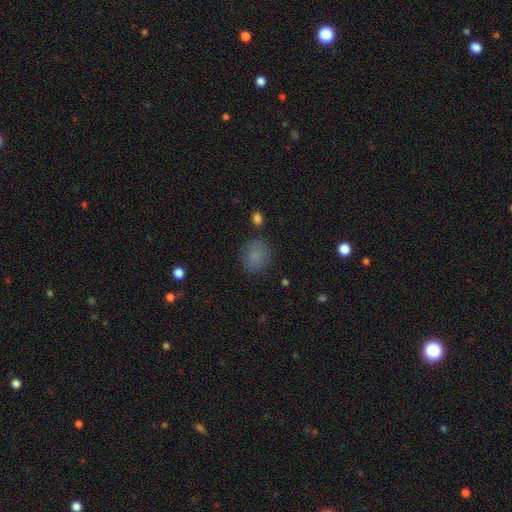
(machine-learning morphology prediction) Smooth or featured?
  - smooth: 82% *
  - star or artifact: 13%
  - featured or disk: 5%
How rounded?
  - round: 71% *
  - in between: 28%
  - cigar-shaped: 1%
Merging?
  - none: 83% *
  - minor disturbance: 11%
  - major disturbance: 4%
  - merger: 2%